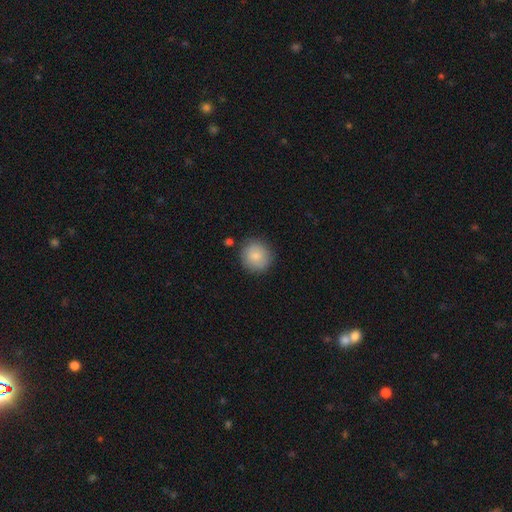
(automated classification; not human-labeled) This appears to be a smooth galaxy with no disk features (85%) that is round (92%). Merging: none (85%).